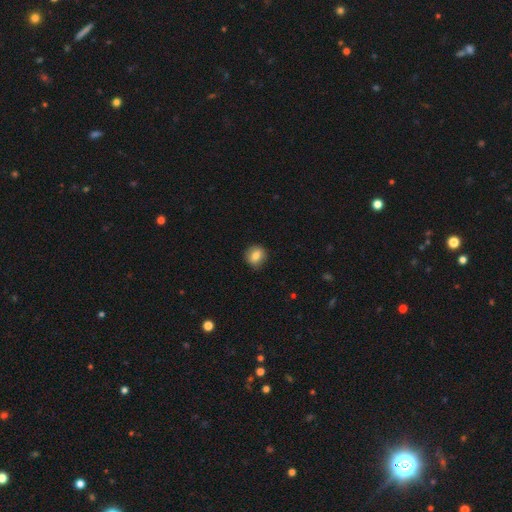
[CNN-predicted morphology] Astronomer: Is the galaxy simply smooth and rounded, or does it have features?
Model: smooth — 81%.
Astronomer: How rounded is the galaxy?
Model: round — 81%.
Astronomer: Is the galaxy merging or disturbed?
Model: none — 87%.